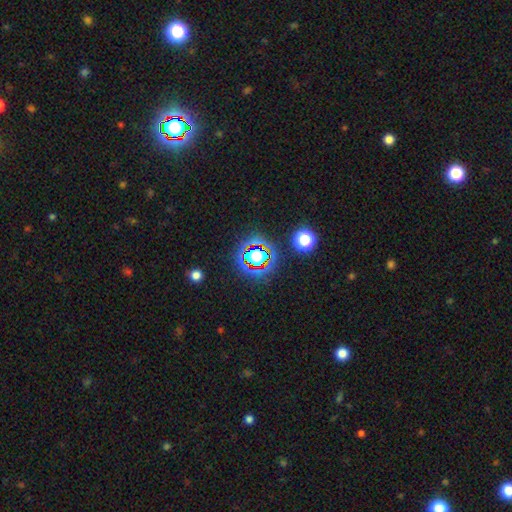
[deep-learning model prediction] The model was most divided on "smooth or featured": star or artifact: 63%, smooth: 25%, featured or disk: 13%.